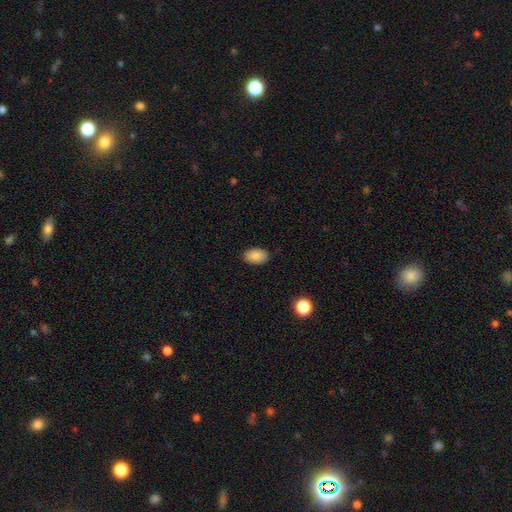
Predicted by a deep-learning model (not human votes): Morphology: type=smooth (88%); roundness=in between (89%); merging=none (86%).